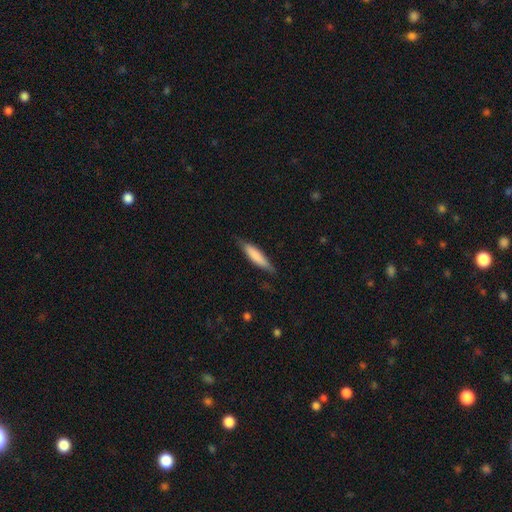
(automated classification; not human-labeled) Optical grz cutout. It shows a smooth galaxy with no disk features (74%) that is cigar-shaped (77%). Merging: none (75%).